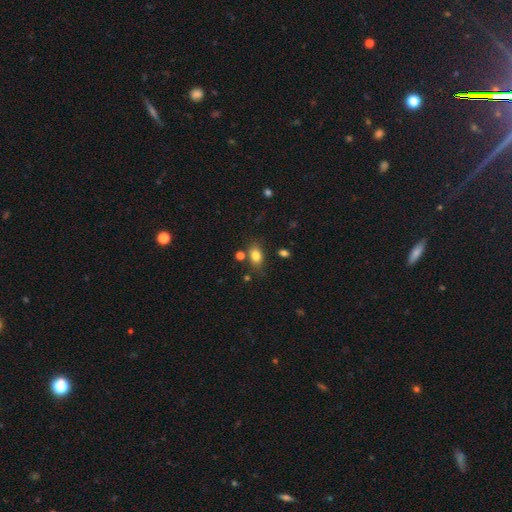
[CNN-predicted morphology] Smooth or featured? smooth (80%)
How rounded? in between (78%)
Merging? none (73%)